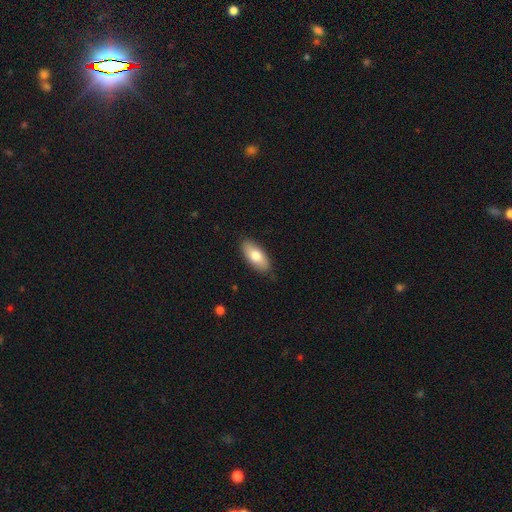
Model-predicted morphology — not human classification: Smooth or featured? Predicted: smooth (p=0.76). How rounded? Predicted: in between (p=0.87). Merging? Predicted: none (p=0.86).